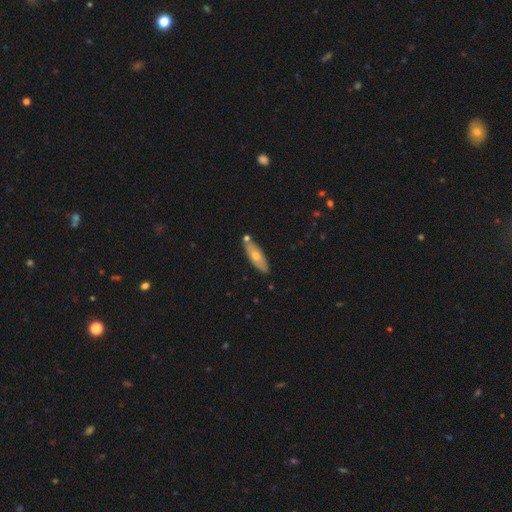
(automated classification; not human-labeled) smooth 51%, featured or disk 43%, star or artifact 6%. Down the decision tree: how rounded — in between (55%); merging — none (77%).